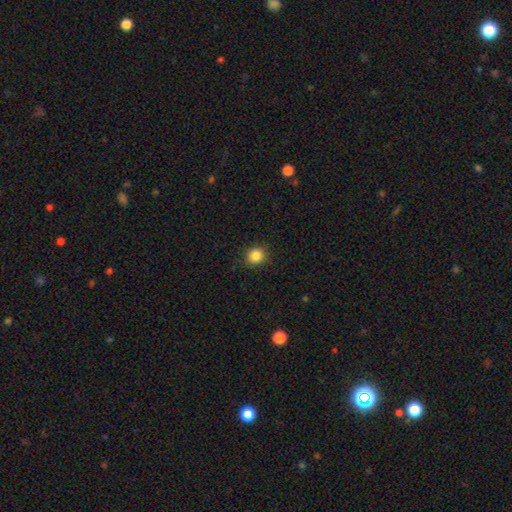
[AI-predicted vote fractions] This is clearly a smooth galaxy (85%). How rounded: clearly round (84%). Merging: clearly none (89%).